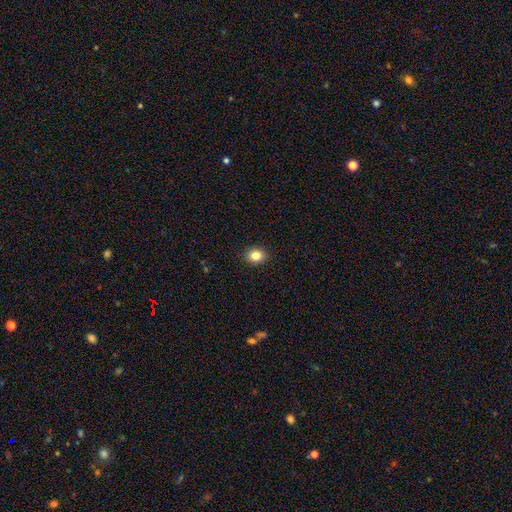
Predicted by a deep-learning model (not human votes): Smooth or featured? Predicted: smooth (p=0.83). How rounded? Predicted: round (p=0.63). Merging? Predicted: none (p=0.90).